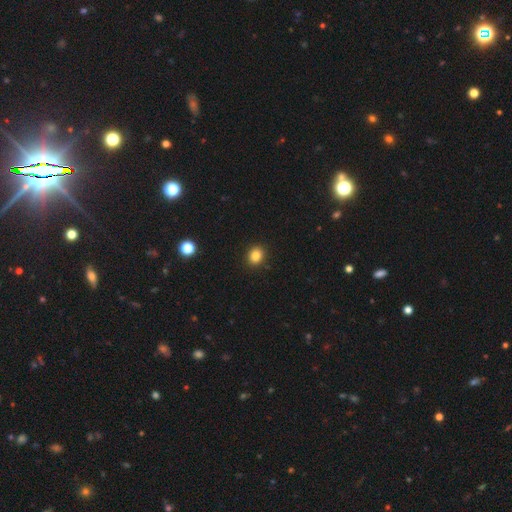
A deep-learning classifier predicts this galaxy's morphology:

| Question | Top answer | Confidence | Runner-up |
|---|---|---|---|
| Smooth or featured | smooth | 84% | star or artifact (11%) |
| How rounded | round | 69% | in between (30%) |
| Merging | none | 91% | minor disturbance (6%) |